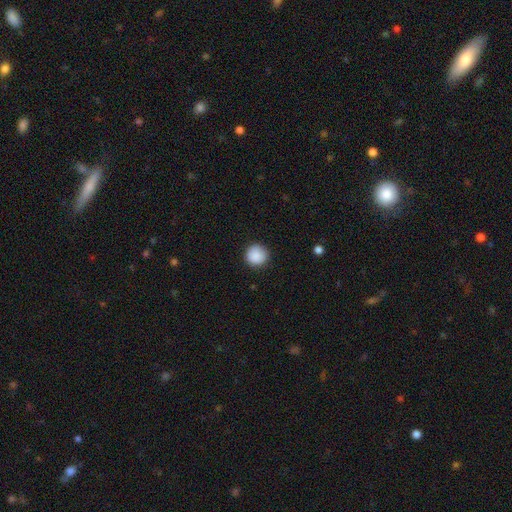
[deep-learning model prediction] smooth_or_featured: smooth (p=0.89) [alt: star or artifact p=0.08]
how_rounded: round (p=0.95) [alt: in between p=0.04]
merging: none (p=0.90) [alt: minor disturbance p=0.07]